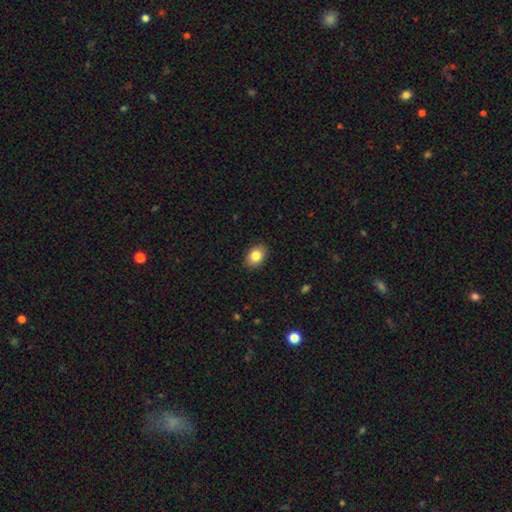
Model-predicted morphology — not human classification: Smooth or featured?
  - smooth: 84% *
  - star or artifact: 8%
  - featured or disk: 8%
How rounded?
  - in between: 75% *
  - round: 24%
  - cigar-shaped: 1%
Merging?
  - none: 88% *
  - minor disturbance: 9%
  - major disturbance: 2%
  - merger: 1%